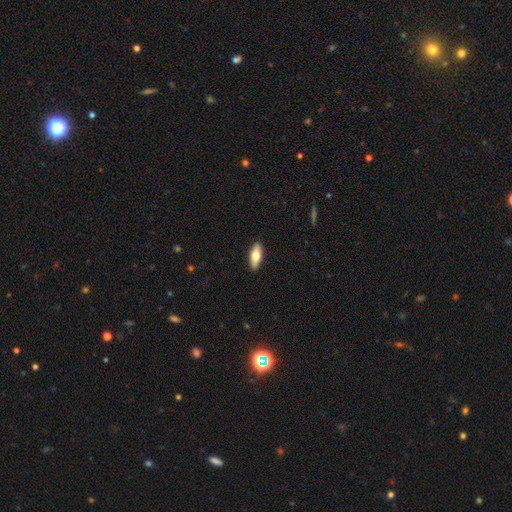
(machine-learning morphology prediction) Smooth or featured? Predicted: smooth (p=0.70). How rounded? Predicted: in between (p=0.71). Merging? Predicted: none (p=0.90).